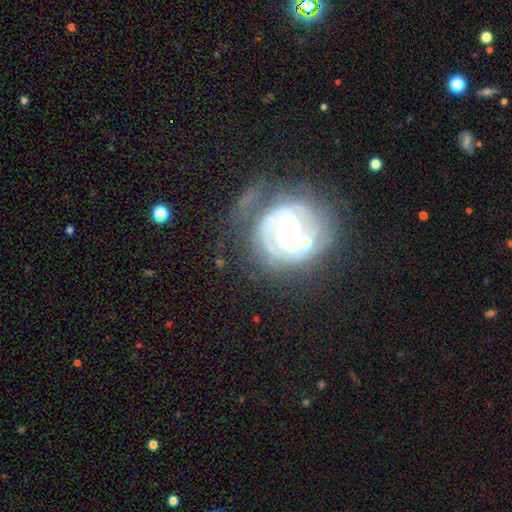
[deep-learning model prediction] This is clearly a featured or disk galaxy (80%). It is clearly not viewed edge-on (97%). Bar: marginally weak (40%). Spiral arm pattern: clearly yes (91%). Spiral arm count: possibly 2 (55%). Spiral winding: possibly tight (58%). Central bulge: possibly small (46%). Merging: likely none (62%).